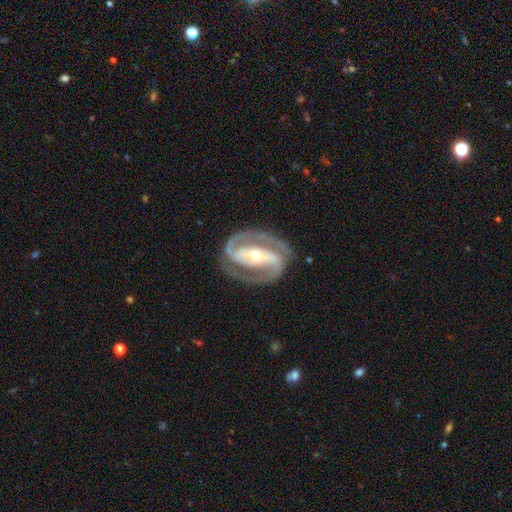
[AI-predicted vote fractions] featured or disk 92%, smooth 4%, star or artifact 4%. Down the decision tree: edge-on disk — no (97%); bar — strong (64%); spiral arms — yes (97%); spiral arm count — 2 (93%); spiral winding — medium (48%); bulge size — moderate (54%); merging — none (83%).